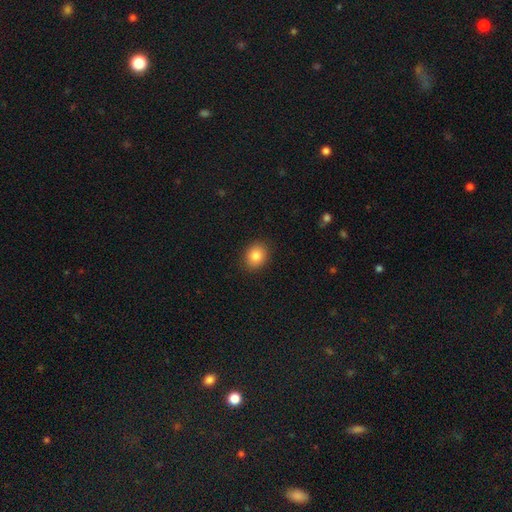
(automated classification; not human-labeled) smooth_or_featured: smooth (p=0.84) [alt: star or artifact p=0.09]
how_rounded: round (p=0.58) [alt: in between p=0.41]
merging: none (p=0.89) [alt: minor disturbance p=0.08]